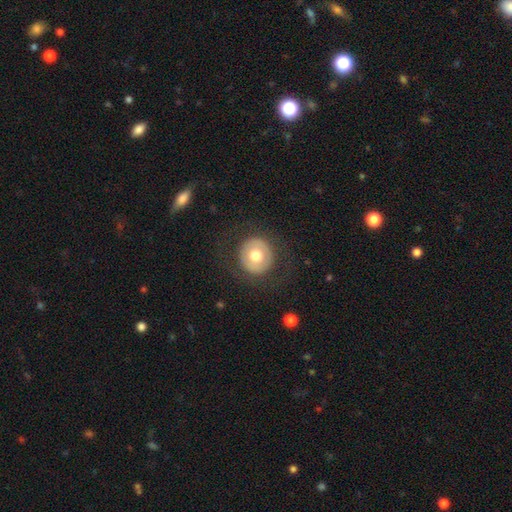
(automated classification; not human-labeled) A smooth galaxy with no disk features (62%) that is round (93%).

Vote fractions:
- Smooth or featured? smooth: 62% / featured or disk: 31% / star or artifact: 7%
- How rounded? round: 93% / in between: 6% / cigar-shaped: 1%
- Merging? none: 84% / minor disturbance: 8% / major disturbance: 7% / merger: 1%